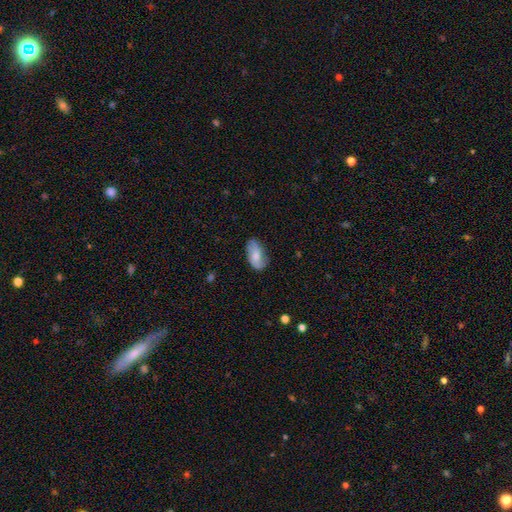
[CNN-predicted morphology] smooth 54%, featured or disk 39%, star or artifact 7%. Down the decision tree: how rounded — in between (91%); merging — none (67%).